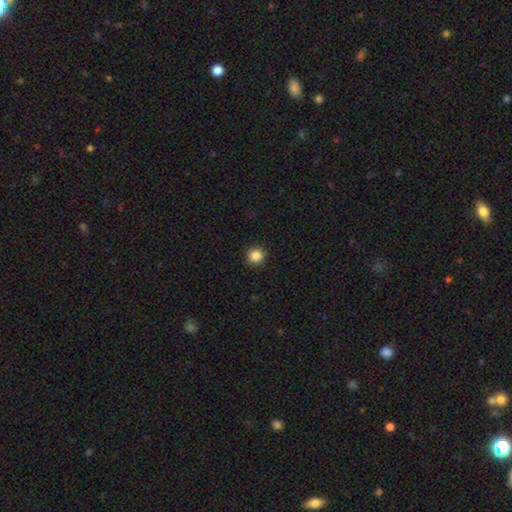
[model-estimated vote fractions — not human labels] smooth_or_featured: smooth (p=0.86) [alt: star or artifact p=0.11]
how_rounded: round (p=0.95) [alt: in between p=0.04]
merging: none (p=0.93) [alt: minor disturbance p=0.05]